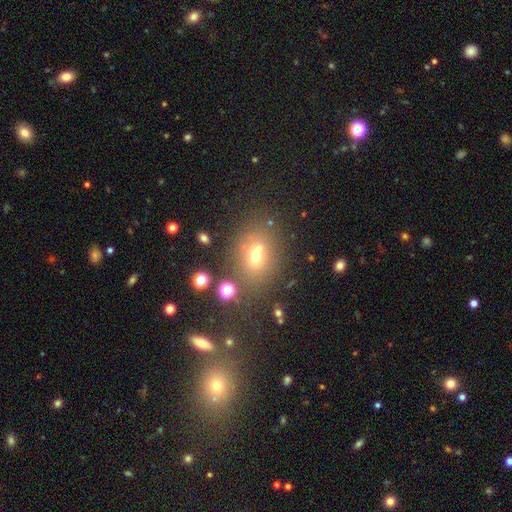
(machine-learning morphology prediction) type=smooth (62%); roundness=in between (52%); merging=none (58%).